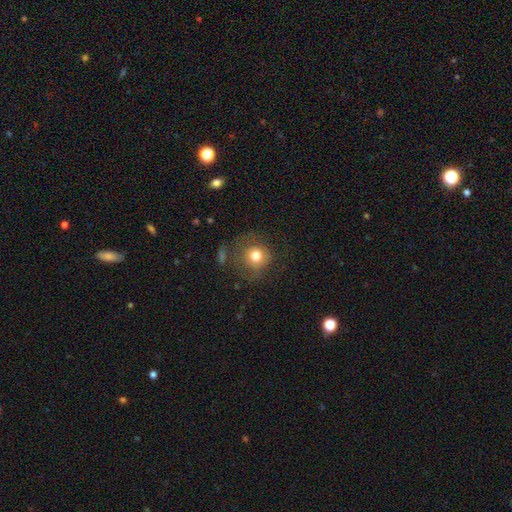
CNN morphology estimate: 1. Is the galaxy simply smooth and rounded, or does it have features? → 77% smooth, 13% featured or disk, 10% star or artifact.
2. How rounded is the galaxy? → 88% round, 11% in between, 1% cigar-shaped.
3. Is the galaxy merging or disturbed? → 65% none, 19% minor disturbance, 13% major disturbance, 3% merger.